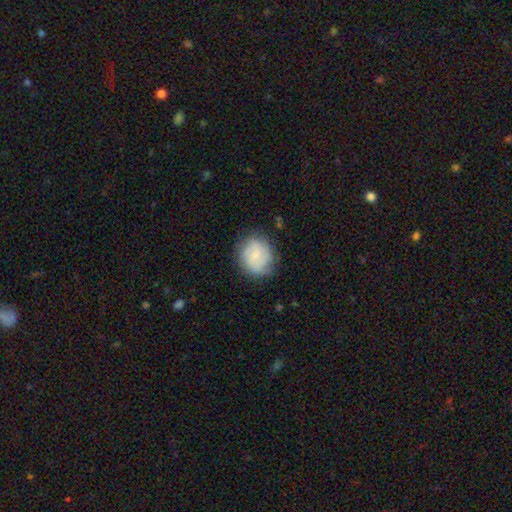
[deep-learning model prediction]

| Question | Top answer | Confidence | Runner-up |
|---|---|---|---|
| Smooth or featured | smooth | 49% | featured or disk (43%) |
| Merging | none | 77% | minor disturbance (16%) |